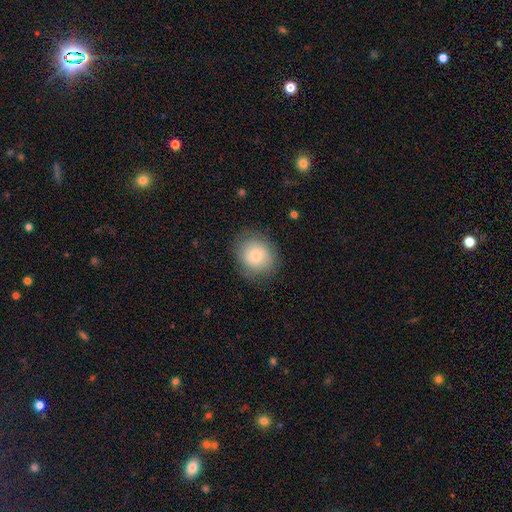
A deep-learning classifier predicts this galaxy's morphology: Smooth or featured? smooth (75%)
How rounded? round (80%)
Merging? none (79%)